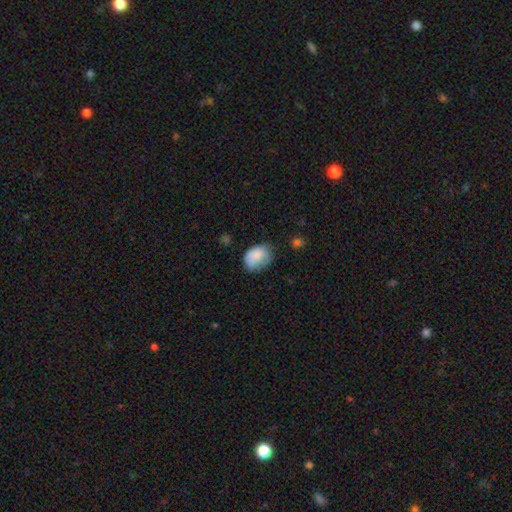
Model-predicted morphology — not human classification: Smooth or featured: smooth — 83% (featured or disk — 9%)
How rounded: in between — 71% (round — 28%)
Merging: none — 50% (minor disturbance — 36%)